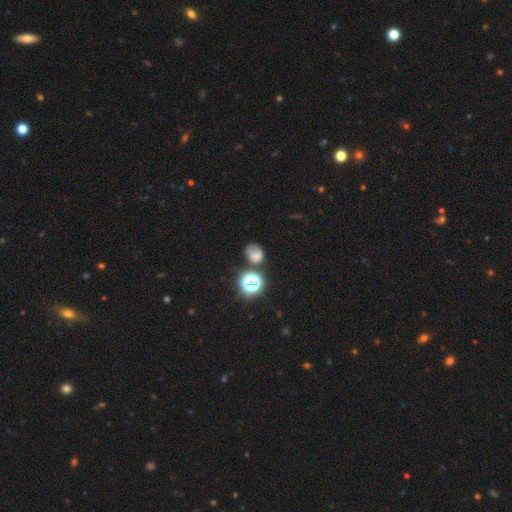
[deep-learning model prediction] The model was most divided on "how rounded": round: 57%, in between: 42%, cigar-shaped: 1%. More confident: smooth or featured — smooth (62%); merging — none (51%).